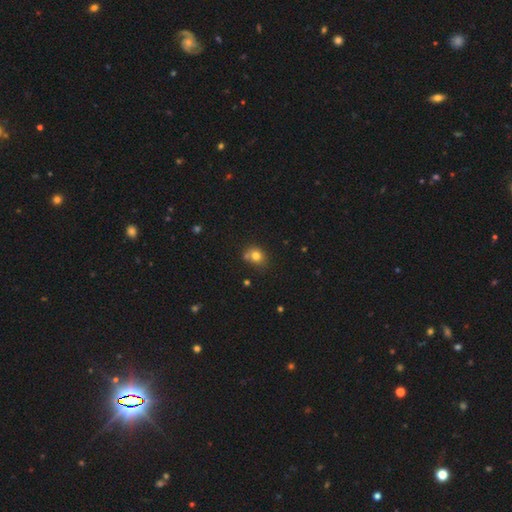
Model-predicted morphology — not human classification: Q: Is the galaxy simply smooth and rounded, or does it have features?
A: smooth — 78%.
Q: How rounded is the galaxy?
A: round — 69%.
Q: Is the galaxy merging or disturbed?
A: none — 60%.